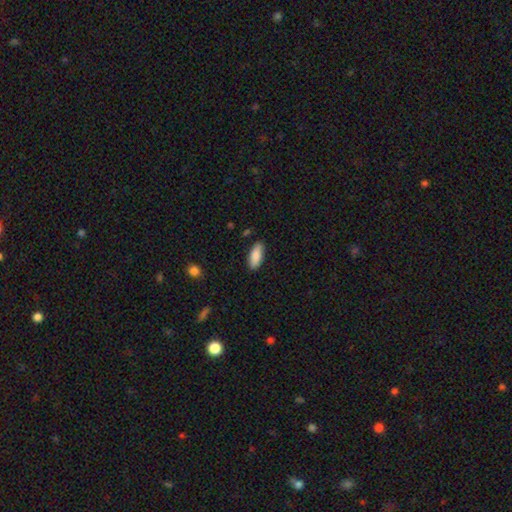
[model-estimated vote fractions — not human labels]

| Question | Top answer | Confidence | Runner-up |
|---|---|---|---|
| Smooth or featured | smooth | 87% | featured or disk (7%) |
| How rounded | in between | 81% | cigar-shaped (17%) |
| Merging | none | 86% | minor disturbance (11%) |